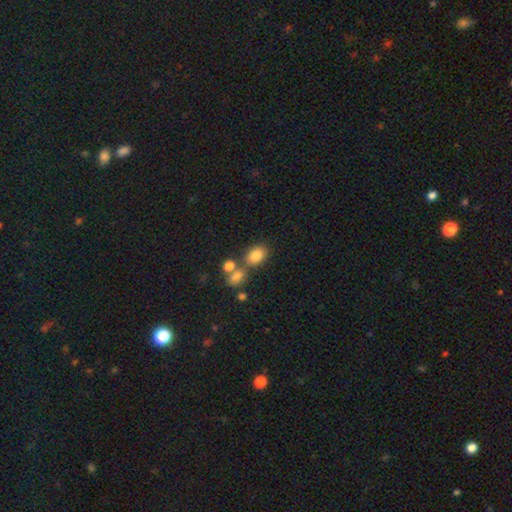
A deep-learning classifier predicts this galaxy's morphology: A smooth galaxy with no disk features (81%) that is in between round and cigar-shaped (77%). Merging: none (58%).